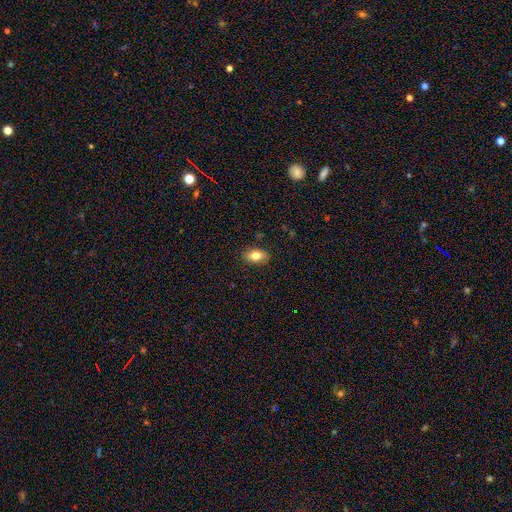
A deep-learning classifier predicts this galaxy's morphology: type=smooth (77%); roundness=in between (87%); merging=none (86%).